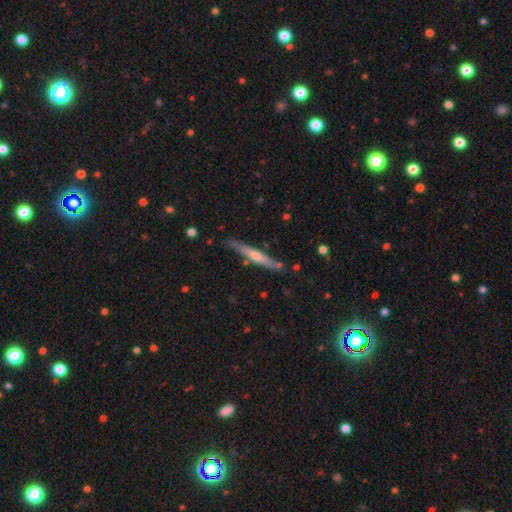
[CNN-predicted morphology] The model was most divided on "smooth or featured": featured or disk: 64%, smooth: 30%, star or artifact: 6%. More confident: edge-on disk — yes (95%); merging — none (83%); edge-on bulge — rounded (71%).